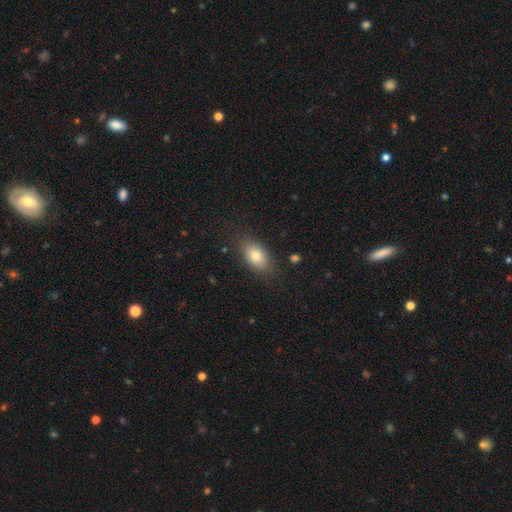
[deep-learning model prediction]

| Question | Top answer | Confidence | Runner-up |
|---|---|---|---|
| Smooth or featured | smooth | 79% | featured or disk (13%) |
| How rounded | in between | 87% | round (8%) |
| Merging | none | 81% | minor disturbance (13%) |